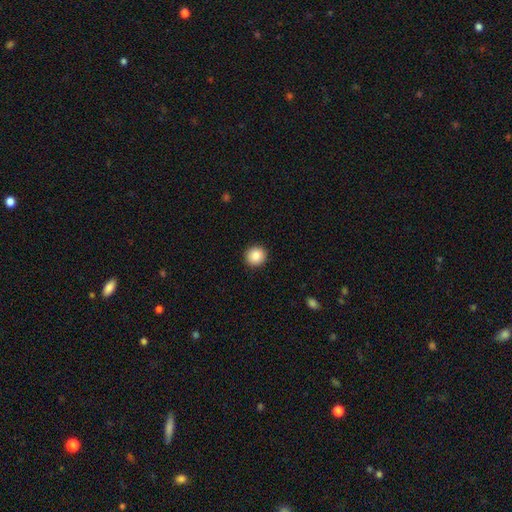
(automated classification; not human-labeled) A smooth galaxy with no disk features (88%) that is round (91%). Merging: none (92%).